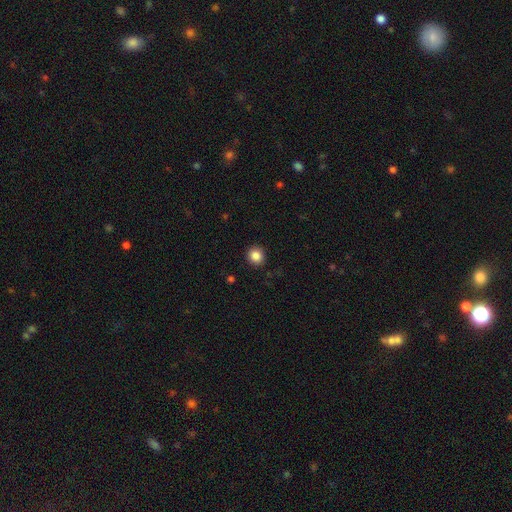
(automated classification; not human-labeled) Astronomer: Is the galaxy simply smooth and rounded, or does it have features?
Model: smooth — 86%.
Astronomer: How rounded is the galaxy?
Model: round — 89%.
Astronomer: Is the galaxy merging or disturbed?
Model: none — 91%.